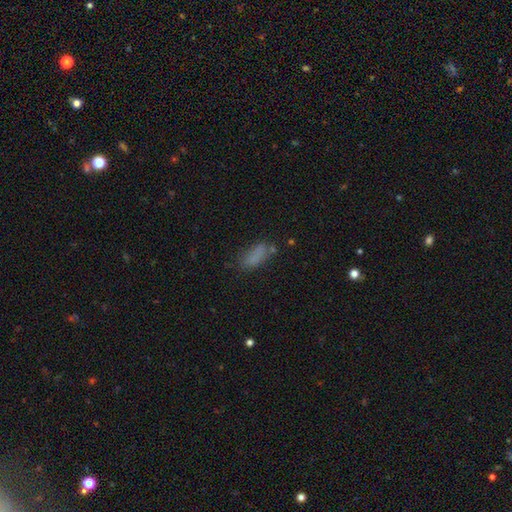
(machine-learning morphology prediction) Overall: smooth (77%). How rounded: in between (76%). Merging: none (60%; minor disturbance 22%).